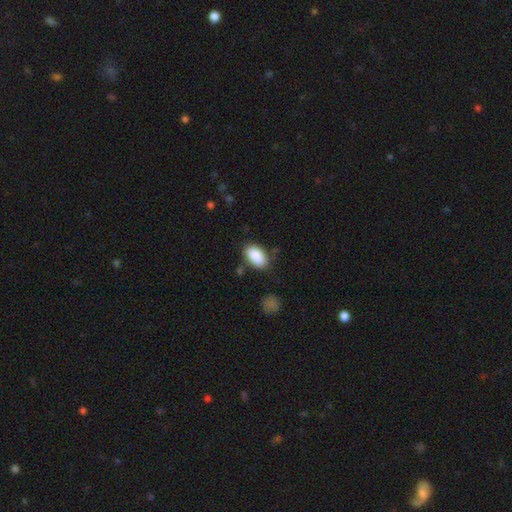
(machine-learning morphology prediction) Smooth or featured? smooth (88%)
How rounded? in between (93%)
Merging? none (79%)